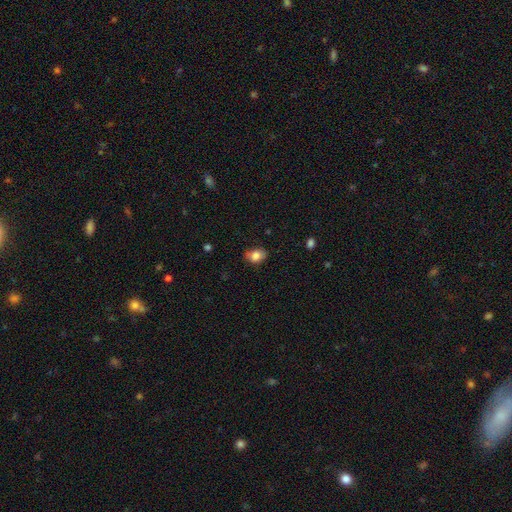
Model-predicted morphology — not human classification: A smooth galaxy with no disk features (84%) that is in between round and cigar-shaped (73%).

Vote fractions:
- Smooth or featured? smooth: 84% / star or artifact: 8% / featured or disk: 8%
- How rounded? in between: 73% / round: 26% / cigar-shaped: 1%
- Merging? none: 75% / minor disturbance: 20% / major disturbance: 4% / merger: 1%